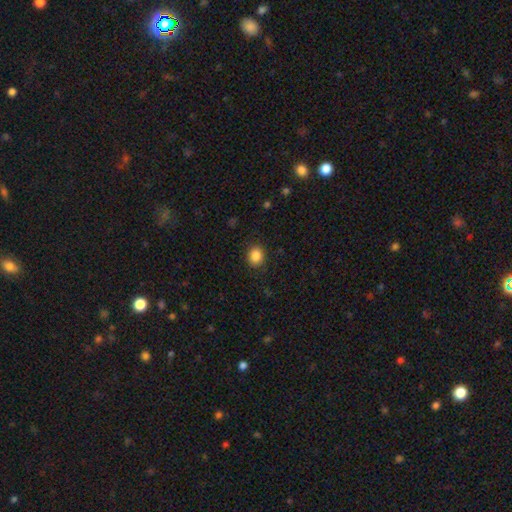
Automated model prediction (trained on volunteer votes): Smooth or featured? Predicted: smooth (p=0.86). How rounded? Predicted: round (p=0.64). Merging? Predicted: none (p=0.88).